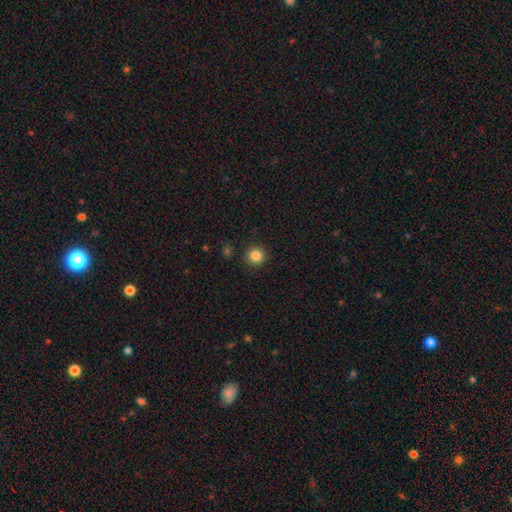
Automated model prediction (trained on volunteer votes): Smooth or featured? smooth (85%)
How rounded? round (94%)
Merging? none (92%)